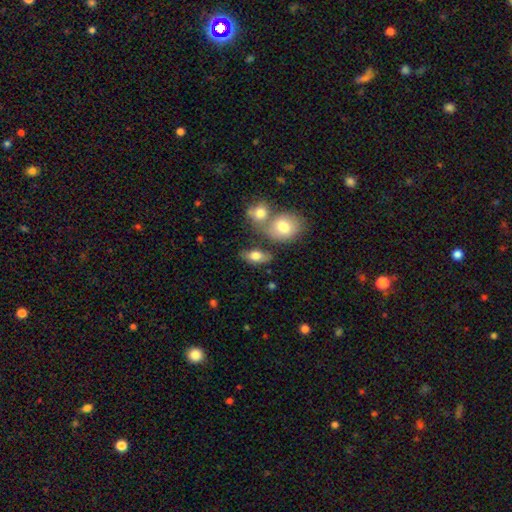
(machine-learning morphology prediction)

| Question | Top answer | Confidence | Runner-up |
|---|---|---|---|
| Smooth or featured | smooth | 74% | featured or disk (18%) |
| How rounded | in between | 84% | round (11%) |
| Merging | none | 59% | merger (22%) |